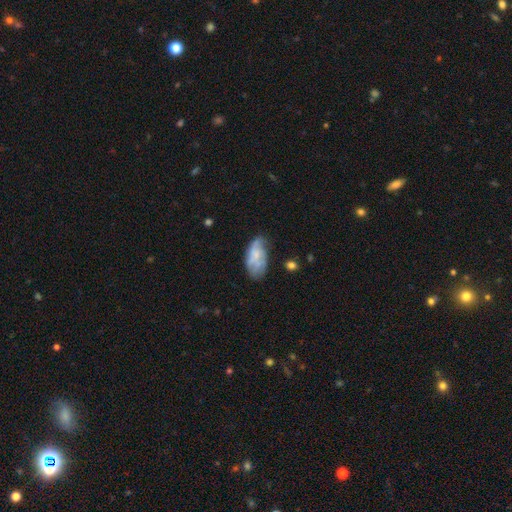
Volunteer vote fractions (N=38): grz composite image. It shows a smooth galaxy with no disk features (47%) that is in between round and cigar-shaped (100%). Merging: none (37%, tied with minor disturbance).